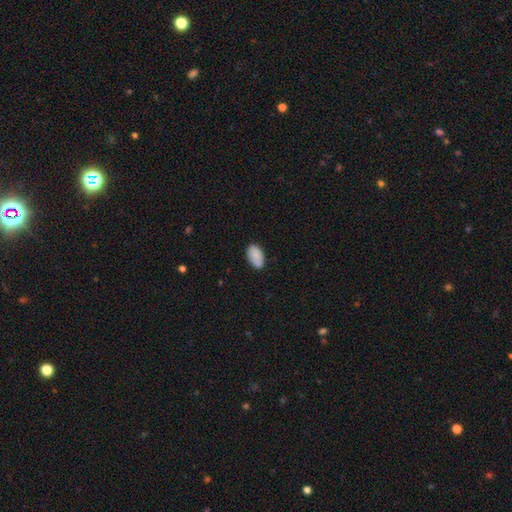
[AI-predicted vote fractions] Overall: smooth (85%). How rounded: in between (93%). Merging: none (74%).